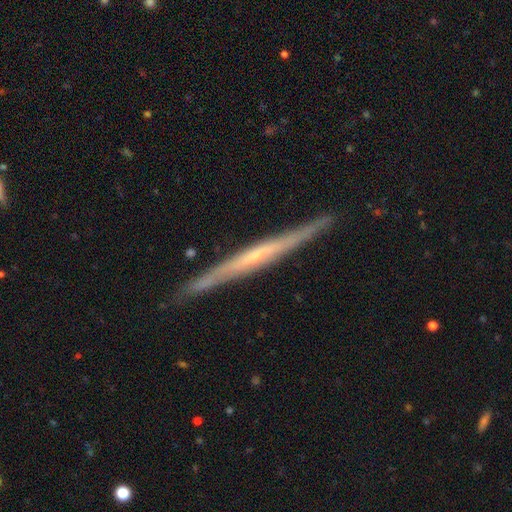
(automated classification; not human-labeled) Morphology: type=featured or disk (75%); edge-on=yes (96%); edge-on bulge=none (64%); merging=none (88%).